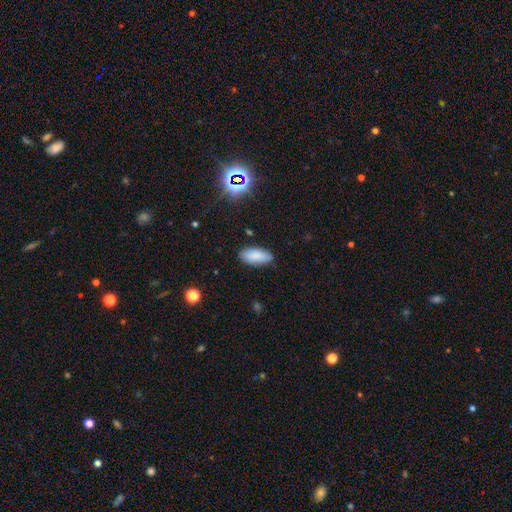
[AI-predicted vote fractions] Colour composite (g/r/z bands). It shows a smooth galaxy with no disk features (84%) that is in between round and cigar-shaped (86%). Merging: none (84%).